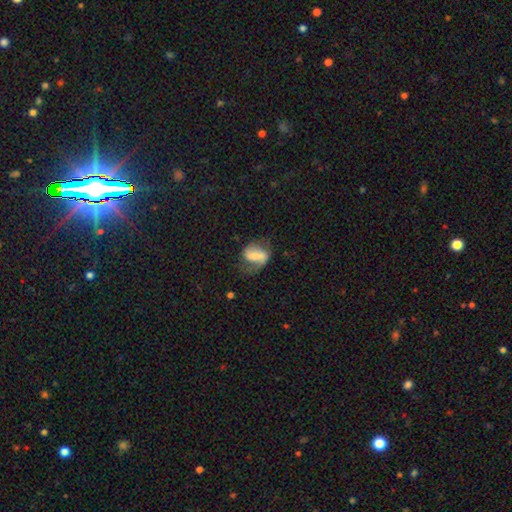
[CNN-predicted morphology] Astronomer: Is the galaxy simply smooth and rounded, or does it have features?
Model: featured or disk — 52% (runner-up: smooth, 39%).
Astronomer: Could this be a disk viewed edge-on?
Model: no — 96%.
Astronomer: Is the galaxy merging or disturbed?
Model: none — 42% (runner-up: major disturbance, 30%).